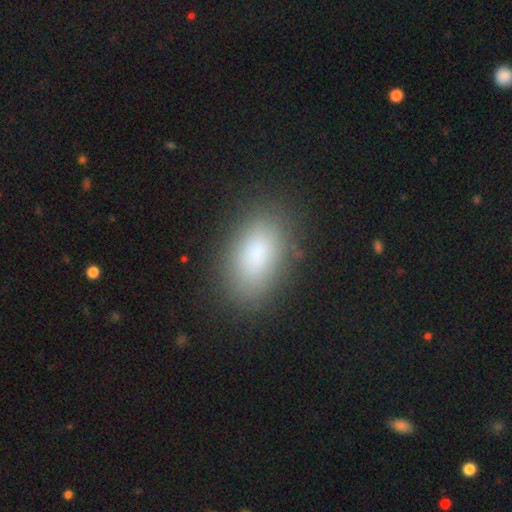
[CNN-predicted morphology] smooth 84%, star or artifact 8%, featured or disk 8%. Down the decision tree: how rounded — in between (91%); merging — none (83%).